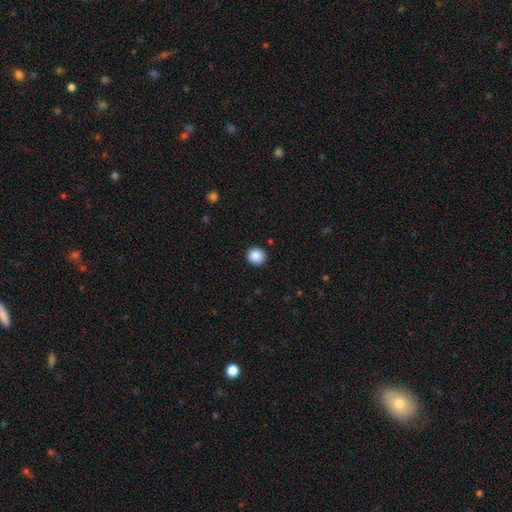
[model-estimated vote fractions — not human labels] Smooth or featured?
  - smooth: 88% *
  - star or artifact: 9%
  - featured or disk: 3%
How rounded?
  - round: 92% *
  - in between: 7%
  - cigar-shaped: 1%
Merging?
  - none: 91% *
  - minor disturbance: 6%
  - major disturbance: 2%
  - merger: 1%